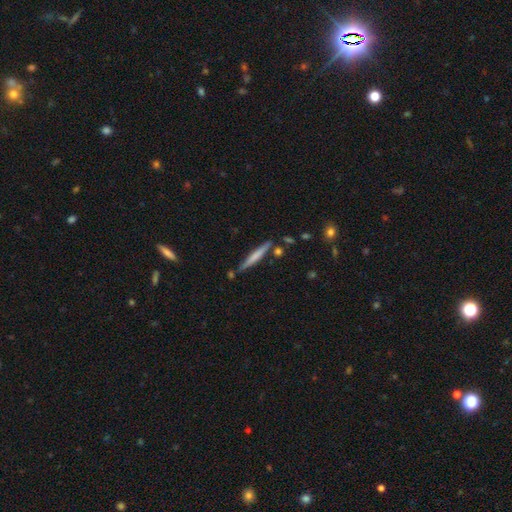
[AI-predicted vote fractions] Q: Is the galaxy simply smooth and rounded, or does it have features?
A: smooth — 55%.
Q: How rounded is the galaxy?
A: cigar-shaped — 95%.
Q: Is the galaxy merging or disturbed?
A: none — 80%.